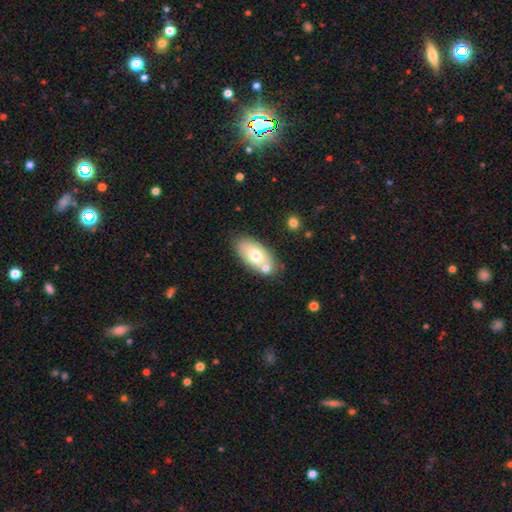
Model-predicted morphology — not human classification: Q: Smooth or featured?
A: smooth (68%); runner-up: featured or disk (25%)
Q: How rounded?
A: in between (91%); runner-up: round (5%)
Q: Merging?
A: none (66%); runner-up: merger (18%)